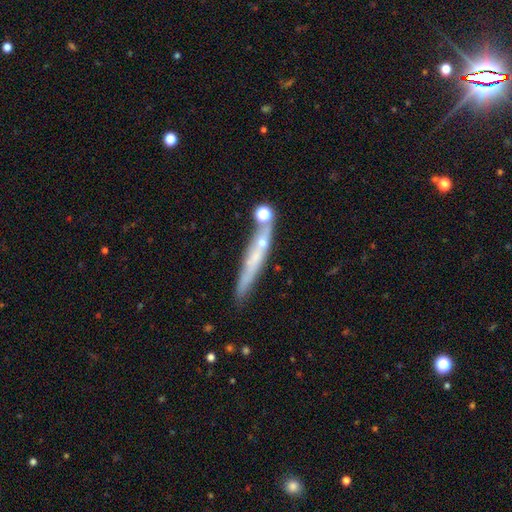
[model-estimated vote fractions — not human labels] Smooth or featured: featured or disk — 50% (smooth — 39%)
Edge-on disk: yes — 84% (no — 16%)
Merging: none — 69% (minor disturbance — 15%)